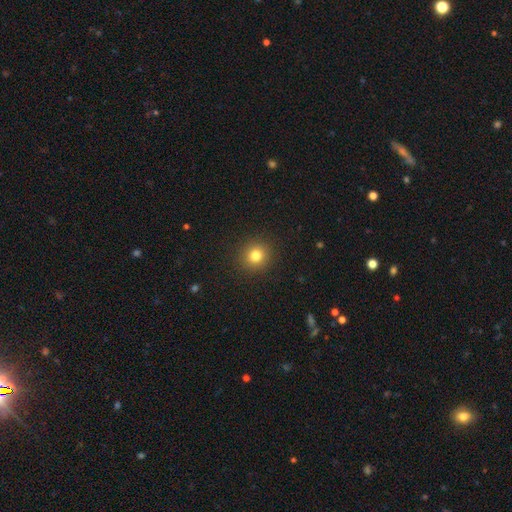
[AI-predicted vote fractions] smooth-or-featured: smooth: 80% | star or artifact: 13% | featured or disk: 7%
  how-rounded: round: 89% | in between: 10% | cigar-shaped: 1%
  merging: none: 91% | minor disturbance: 6% | major disturbance: 2% | merger: 1%